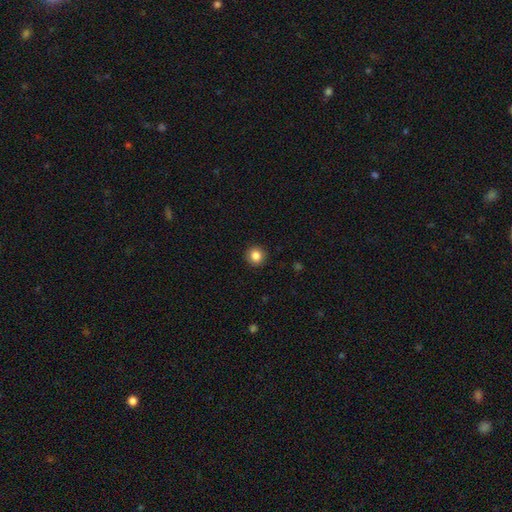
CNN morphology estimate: This appears to be a smooth galaxy with no disk features (85%) that is round (94%). Merging: none (92%).